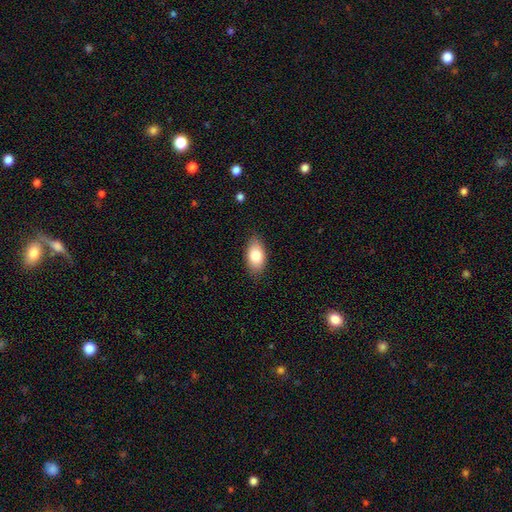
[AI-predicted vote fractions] The model was most divided on "merging": none: 83%, minor disturbance: 13%, major disturbance: 3%, merger: 1%. More confident: how rounded — in between (92%); smooth or featured — smooth (82%).